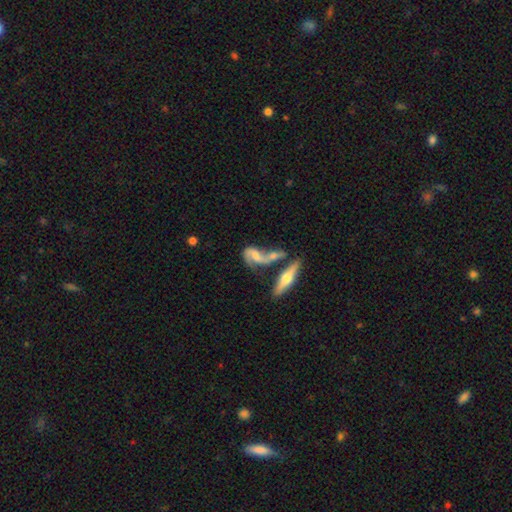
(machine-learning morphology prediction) Overall: featured or disk (70%). Edge-on disk: no (81%). Bar: no (55%; weak 34%). Spiral arms: yes (82%). Bulge size: moderate (36%; small 34%). Merging: merger (49%; none 27%).